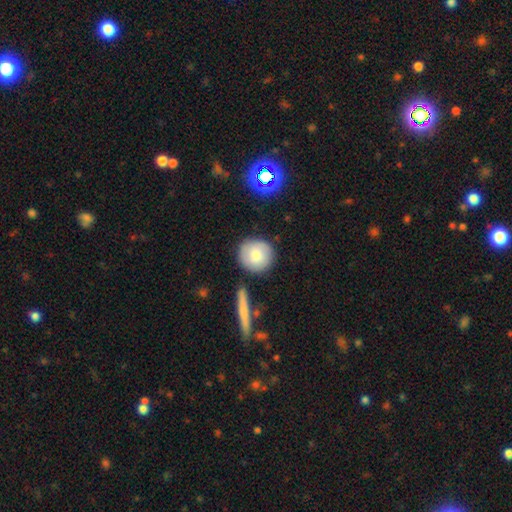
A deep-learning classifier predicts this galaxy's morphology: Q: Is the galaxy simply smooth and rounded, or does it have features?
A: smooth — 75%.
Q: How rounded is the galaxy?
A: round — 91%.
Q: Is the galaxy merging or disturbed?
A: none — 80%.